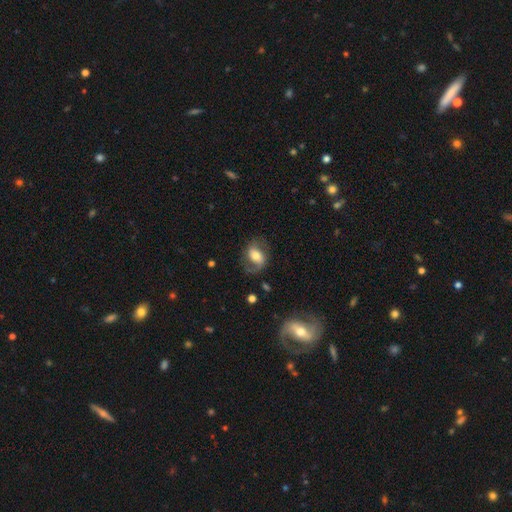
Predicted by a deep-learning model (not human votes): smooth-or-featured: featured or disk: 53% | smooth: 39% | star or artifact: 8%
  disk-edge-on: no: 95% | yes: 5%
    bar: weak: 38% (tied) | no: 38% (tied) | strong: 24%
    has-spiral-arms: yes: 81% | no: 19%
    bulge-size: moderate: 56% | large: 23% | small: 16% | dominant: 3% | none: 2%
  merging: none: 65% | minor disturbance: 19% | major disturbance: 14% | merger: 2%